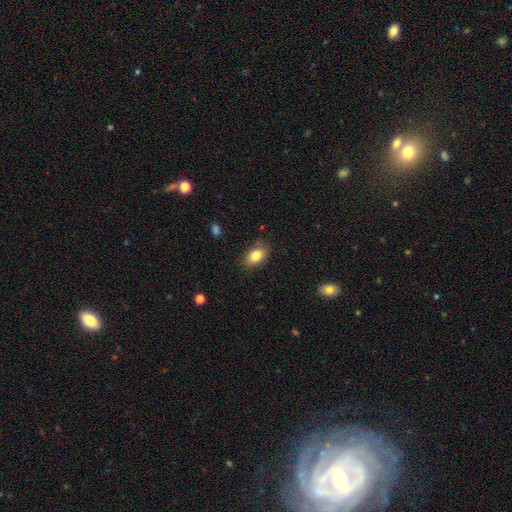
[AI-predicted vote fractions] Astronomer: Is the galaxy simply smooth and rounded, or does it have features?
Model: smooth — 82%.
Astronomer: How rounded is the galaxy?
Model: in between — 87%.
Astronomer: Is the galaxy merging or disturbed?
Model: none — 80%.